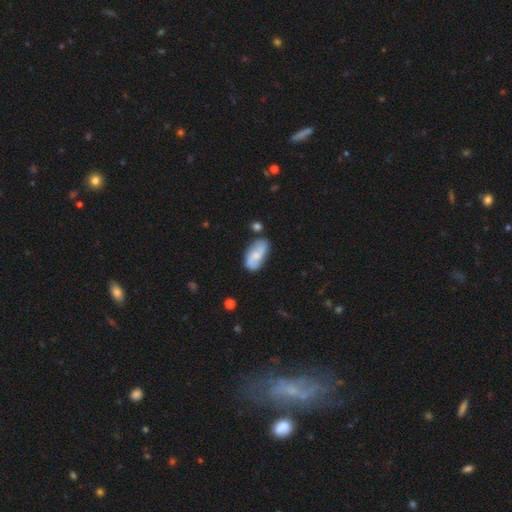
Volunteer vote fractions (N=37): Overall: smooth (73%). How rounded: in between (85%). Merging: none (83%).